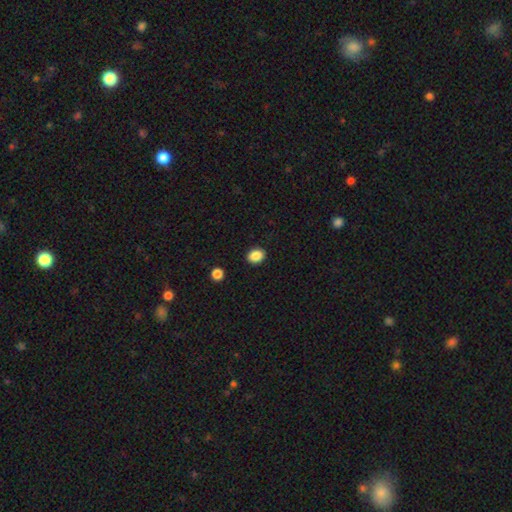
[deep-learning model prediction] smooth 87%, star or artifact 9%, featured or disk 3%. Down the decision tree: how rounded — in between (56%); merging — none (90%).